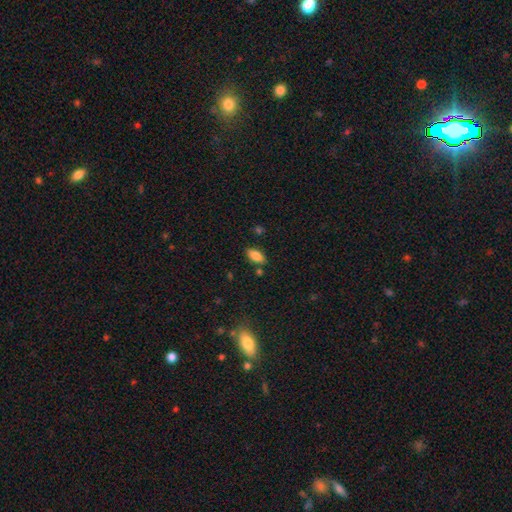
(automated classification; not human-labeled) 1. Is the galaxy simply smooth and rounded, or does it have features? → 85% smooth, 8% star or artifact, 7% featured or disk.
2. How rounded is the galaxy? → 89% in between, 8% cigar-shaped, 3% round.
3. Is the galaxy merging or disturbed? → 81% none, 12% minor disturbance, 4% merger, 3% major disturbance.